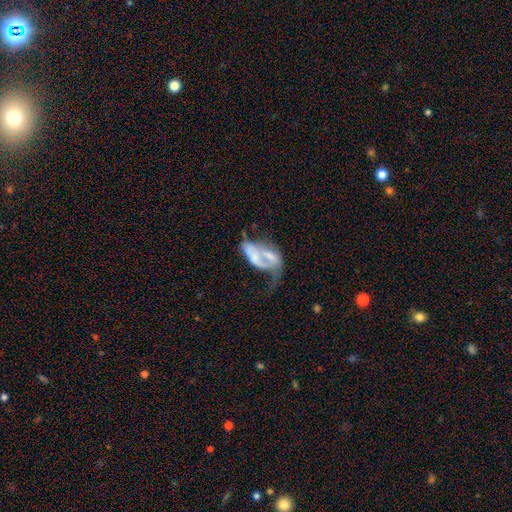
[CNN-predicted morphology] featured or disk 54%, smooth 37%, star or artifact 9%. Down the decision tree: edge-on disk — no (94%); bar — no (73%); spiral arms — no (70%); bulge size — none (36%); merging — merger (51%).